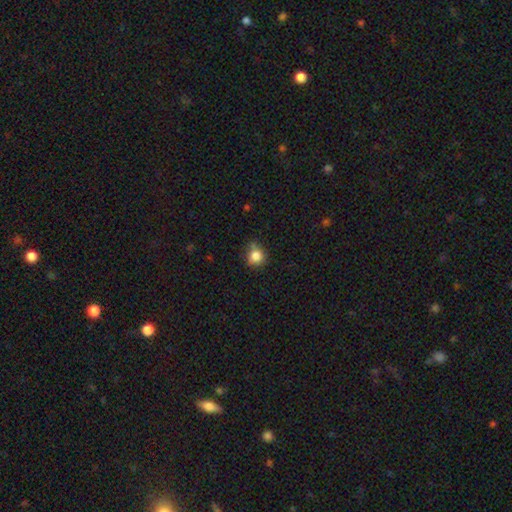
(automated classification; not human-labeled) A smooth galaxy with no disk features (82%) that is round (87%).

Vote fractions:
- Smooth or featured? smooth: 82% / star or artifact: 11% / featured or disk: 6%
- How rounded? round: 87% / in between: 12% / cigar-shaped: 1%
- Merging? none: 67% / minor disturbance: 22% / merger: 6% / major disturbance: 5%